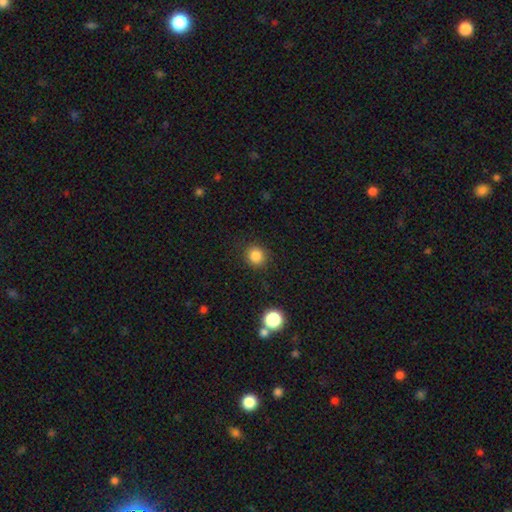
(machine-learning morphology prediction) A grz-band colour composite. It shows a smooth galaxy with no disk features (85%) that is round (88%). Merging: none (89%).